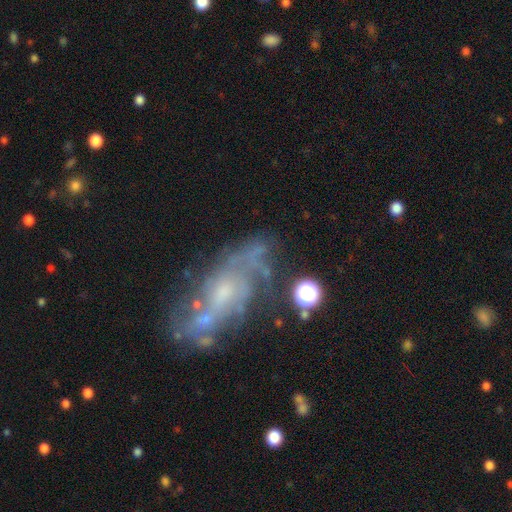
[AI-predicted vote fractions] Smooth or featured? Predicted: featured or disk (p=0.62). Edge-on disk? Predicted: no (p=0.91). Bar? Predicted: no (p=0.66). Spiral arms? Predicted: yes (p=0.70). Bulge size? Predicted: small (p=0.40). Merging? Predicted: none (p=0.45).